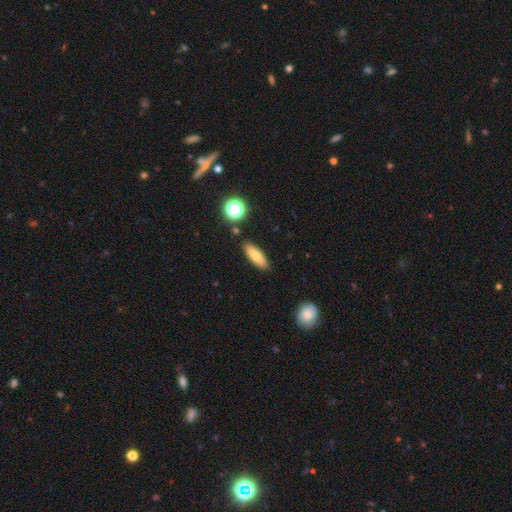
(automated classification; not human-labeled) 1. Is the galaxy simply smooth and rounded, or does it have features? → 74% smooth, 18% featured or disk, 9% star or artifact.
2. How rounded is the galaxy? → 50% cigar-shaped, 47% in between, 3% round.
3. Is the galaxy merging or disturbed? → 87% none, 9% minor disturbance, 3% merger, 2% major disturbance.